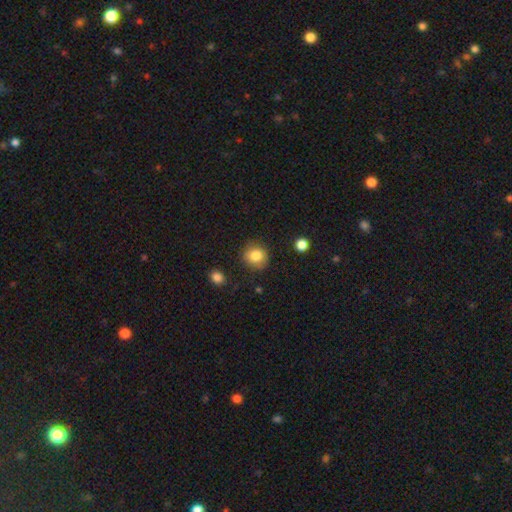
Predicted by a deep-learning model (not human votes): A smooth galaxy with no disk features (84%) that is round (85%). Merging: none (85%).